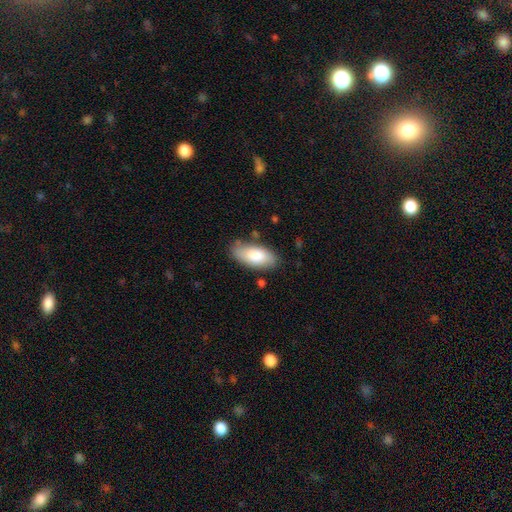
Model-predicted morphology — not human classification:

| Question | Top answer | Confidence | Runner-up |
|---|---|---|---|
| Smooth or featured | smooth | 83% | featured or disk (12%) |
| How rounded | in between | 92% | cigar-shaped (6%) |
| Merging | none | 75% | minor disturbance (18%) |